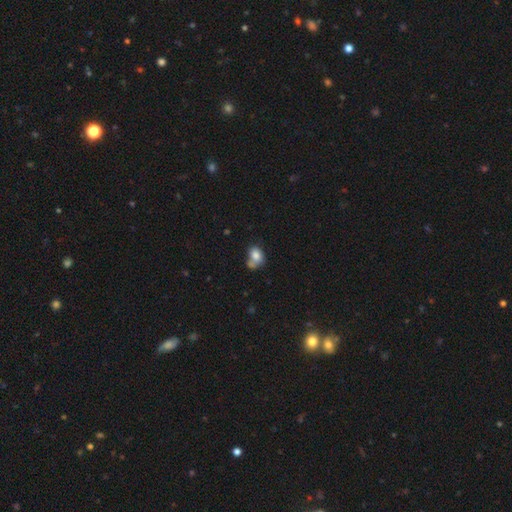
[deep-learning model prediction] Q: Smooth or featured?
A: smooth (78%); runner-up: featured or disk (13%)
Q: How rounded?
A: in between (65%); runner-up: round (34%)
Q: Merging?
A: merger (38%); runner-up: none (34%)